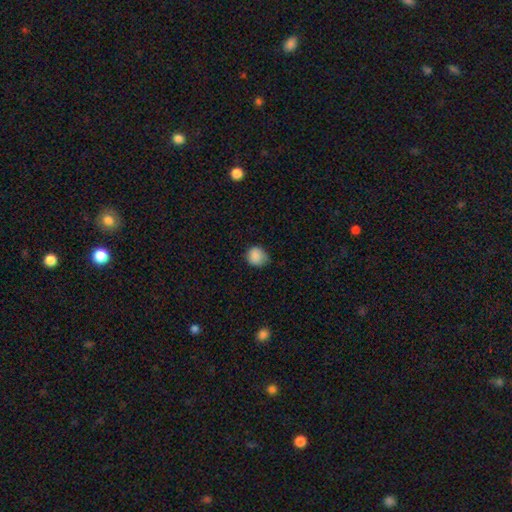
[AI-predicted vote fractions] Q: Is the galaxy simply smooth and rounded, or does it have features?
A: smooth — 87%.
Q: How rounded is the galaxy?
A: round — 76%.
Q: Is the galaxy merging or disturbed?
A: none — 68%.